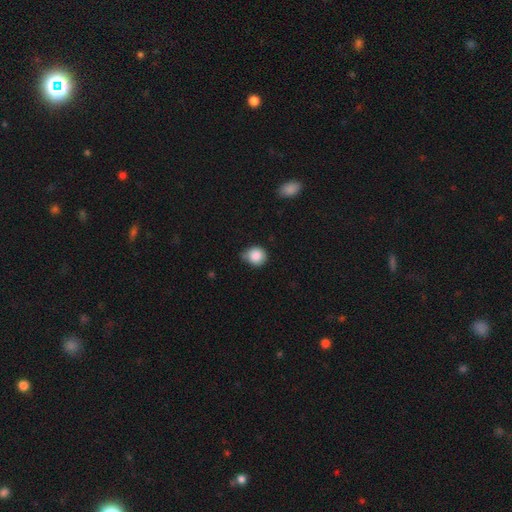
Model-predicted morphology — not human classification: Smooth or featured?
  - smooth: 87% *
  - star or artifact: 9%
  - featured or disk: 4%
How rounded?
  - round: 84% *
  - in between: 15%
  - cigar-shaped: 1%
Merging?
  - none: 57% *
  - minor disturbance: 34%
  - major disturbance: 6%
  - merger: 4%